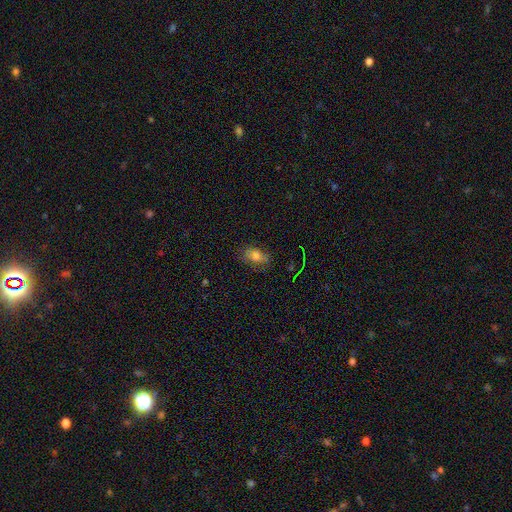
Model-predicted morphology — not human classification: type=smooth (65%); roundness=in between (80%); merging=none (73%).